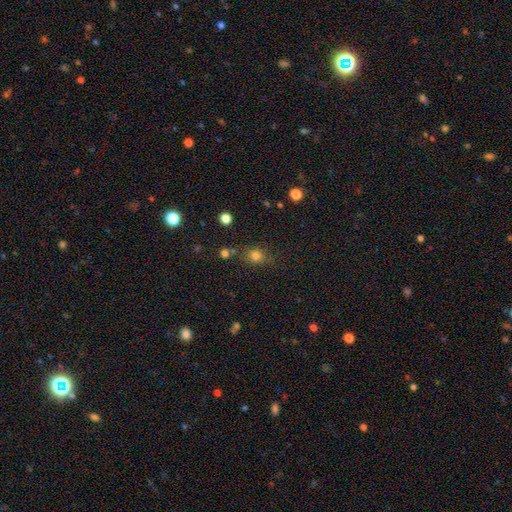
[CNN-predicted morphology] A smooth galaxy with no disk features (74%) that is round (69%).

Vote fractions:
- Smooth or featured? smooth: 74% / star or artifact: 18% / featured or disk: 8%
- How rounded? round: 69% / in between: 29% / cigar-shaped: 2%
- Merging? none: 71% / minor disturbance: 14% / merger: 9% / major disturbance: 6%